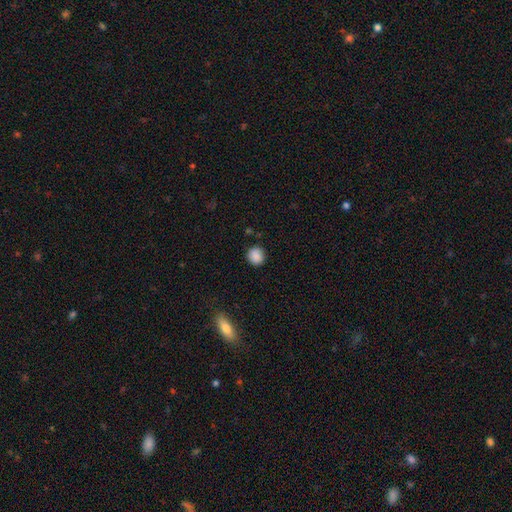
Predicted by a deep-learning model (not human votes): Smooth or featured? Predicted: smooth (p=0.88). How rounded? Predicted: round (p=0.84). Merging? Predicted: none (p=0.85).